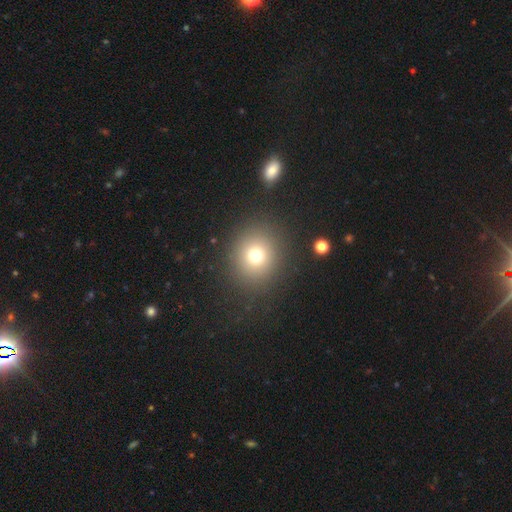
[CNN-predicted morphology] A smooth galaxy with no disk features (72%) that is round (82%).

Vote fractions:
- Smooth or featured? smooth: 72% / star or artifact: 17% / featured or disk: 11%
- How rounded? round: 82% / in between: 17% / cigar-shaped: 1%
- Merging? none: 86% / minor disturbance: 7% / major disturbance: 5% / merger: 2%